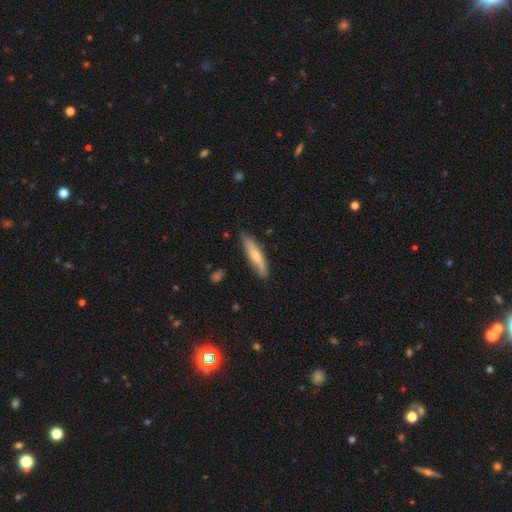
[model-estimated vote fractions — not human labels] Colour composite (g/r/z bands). It shows a smooth galaxy with no disk features (61%) that is cigar-shaped (82%). Merging: none (81%).